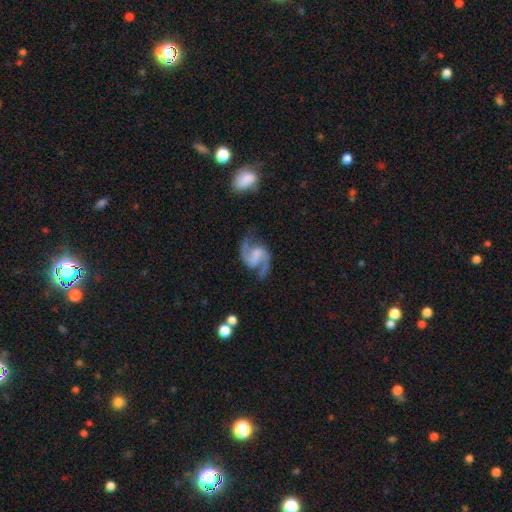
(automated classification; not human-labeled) The model was most divided on "spiral winding": medium: 51%, loose: 41%, tight: 9%. Remaining: edge-on disk — no (98%); spiral arms — yes (98%); spiral arm count — 2 (94%); smooth or featured — featured or disk (91%); merging — none (76%); bulge size — none (58%); bar — weak (46%).